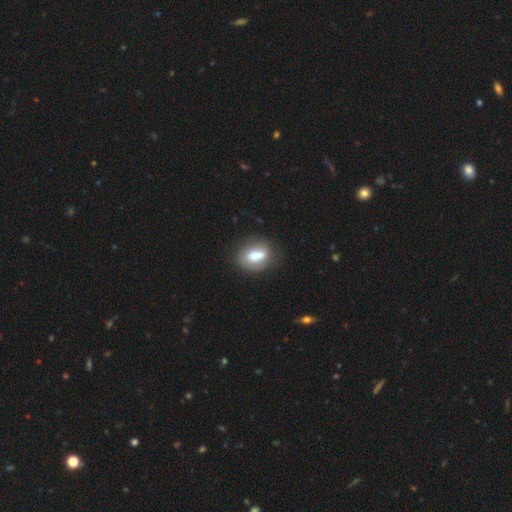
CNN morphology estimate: This appears to be a smooth galaxy with no disk features (64%) that is in between round and cigar-shaped (72%). Merging: none (68%).